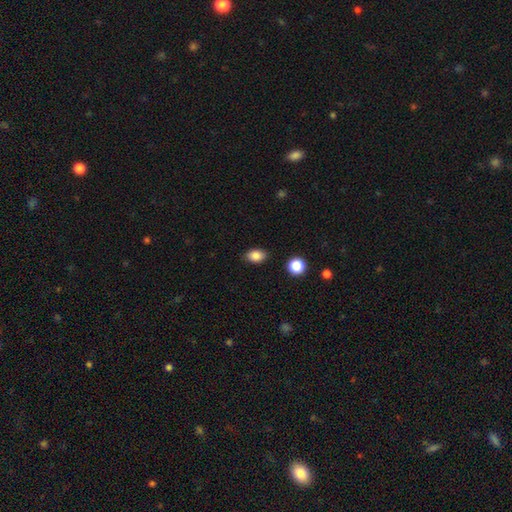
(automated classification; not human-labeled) Q: Smooth or featured?
A: smooth (86%); runner-up: star or artifact (9%)
Q: How rounded?
A: in between (82%); runner-up: round (17%)
Q: Merging?
A: none (86%); runner-up: minor disturbance (10%)